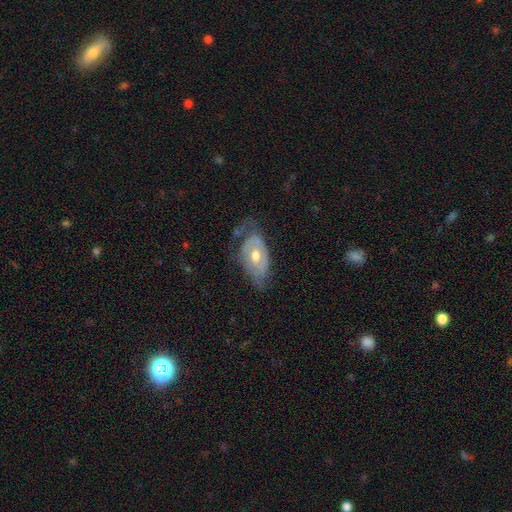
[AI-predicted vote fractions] Smooth or featured: featured or disk — 60% (smooth — 34%)
Edge-on disk: no — 90% (yes — 10%)
Bar: no — 69% (weak — 24%)
Spiral arms: no — 53% (yes — 47%)
Bulge size: moderate — 75% (small — 14%)
Merging: none — 44% (minor disturbance — 33%)